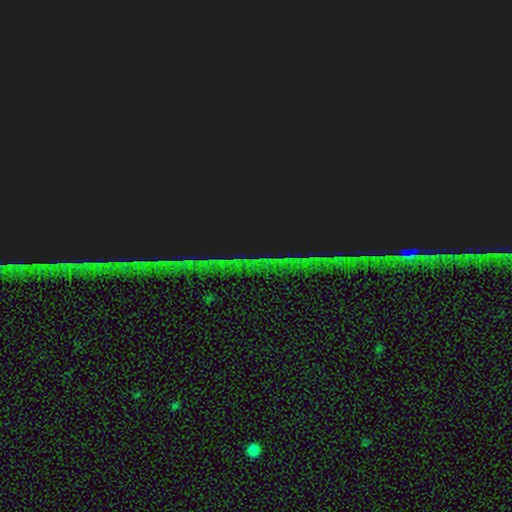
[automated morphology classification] Q: Smooth or featured?
A: star or artifact (86%); runner-up: featured or disk (7%)